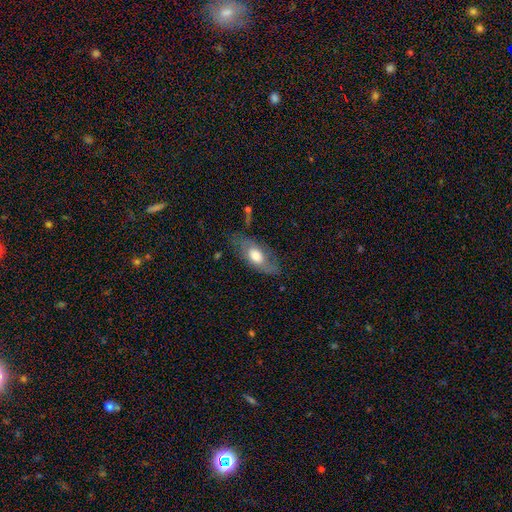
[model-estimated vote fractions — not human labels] A smooth galaxy with no disk features (48%). Merging: none (66%).